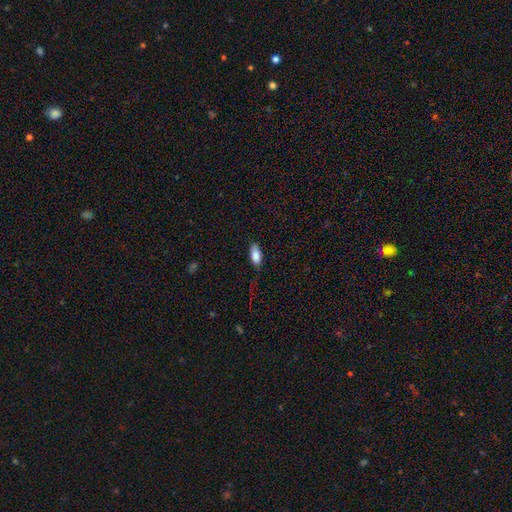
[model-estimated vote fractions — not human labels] Smooth or featured?
  - smooth: 86% *
  - featured or disk: 7%
  - star or artifact: 7%
How rounded?
  - in between: 84% *
  - cigar-shaped: 14%
  - round: 2%
Merging?
  - none: 77% *
  - minor disturbance: 18%
  - major disturbance: 4%
  - merger: 1%